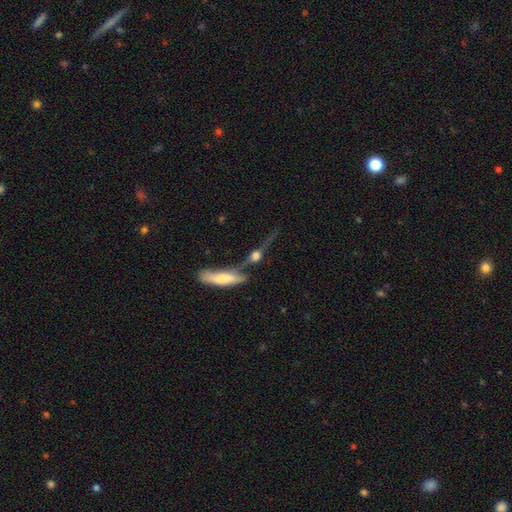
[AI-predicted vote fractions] Q: Smooth or featured?
A: featured or disk (54%); runner-up: smooth (34%)
Q: Edge-on disk?
A: yes (79%); runner-up: no (21%)
Q: Merging?
A: none (44%); runner-up: merger (32%)